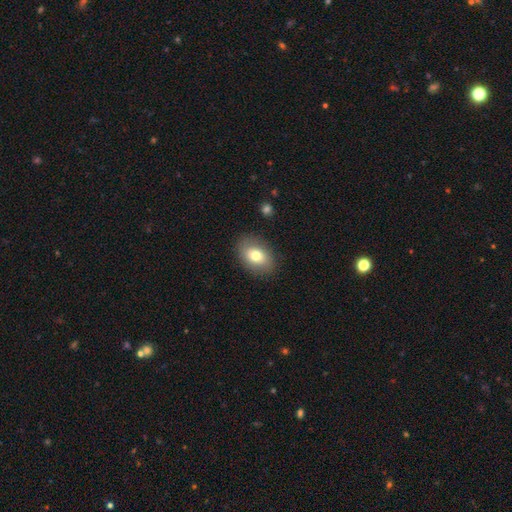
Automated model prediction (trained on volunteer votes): smooth-or-featured: smooth: 76% | featured or disk: 16% | star or artifact: 8%
  how-rounded: in between: 81% | round: 18% | cigar-shaped: 1%
  merging: none: 85% | minor disturbance: 10% | major disturbance: 3% | merger: 1%